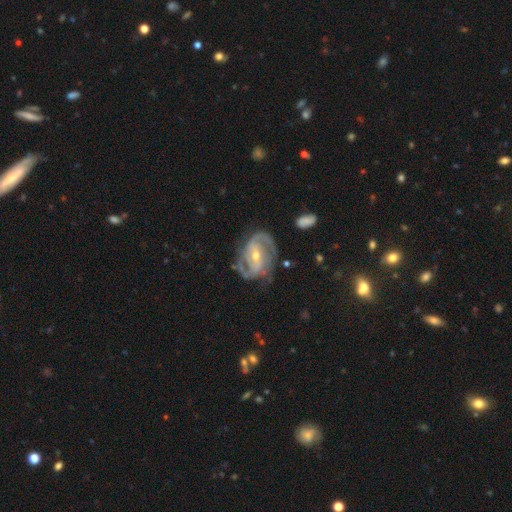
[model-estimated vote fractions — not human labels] Morphology: type=featured or disk (89%); edge-on=no (97%); bar=weak (40%); spiral arms=yes (96%); winding=tight (44%, tied with medium); arm count=2 (60%); bulge=small (52%); merging=none (68%).